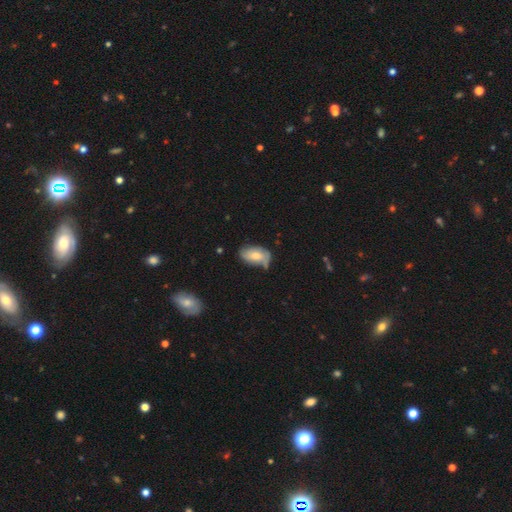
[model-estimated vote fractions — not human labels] The model was most divided on "merging": none: 50%, minor disturbance: 35%, major disturbance: 10%, merger: 6%. More confident: how rounded — in between (93%); smooth or featured — smooth (59%).